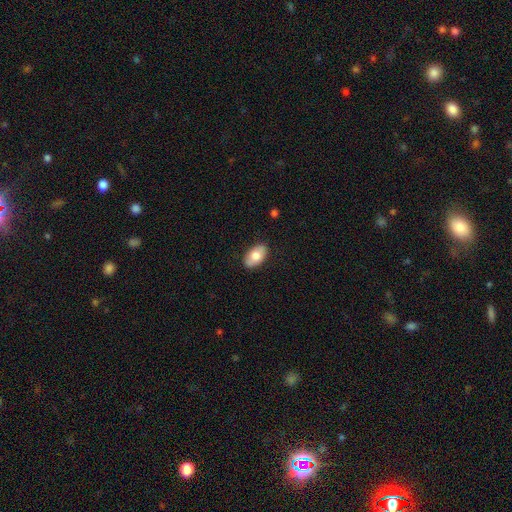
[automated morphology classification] Q: Smooth or featured?
A: smooth (76%); runner-up: featured or disk (18%)
Q: How rounded?
A: in between (94%); runner-up: round (5%)
Q: Merging?
A: none (87%); runner-up: minor disturbance (10%)